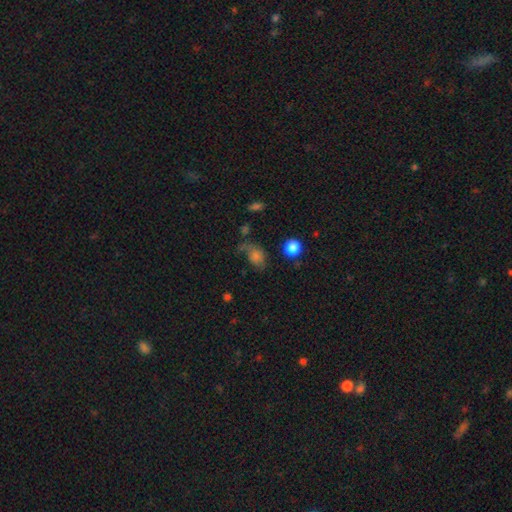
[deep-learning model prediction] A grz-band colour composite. It shows a smooth galaxy with no disk features (59%) that is in between round and cigar-shaped (59%). Merging: none (43%).